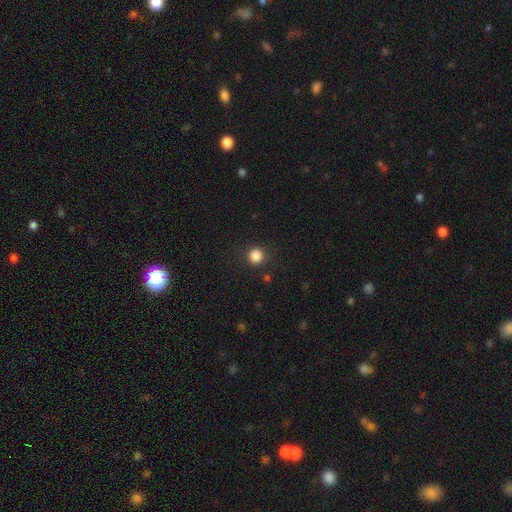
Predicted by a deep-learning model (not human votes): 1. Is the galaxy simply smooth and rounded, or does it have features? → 85% smooth, 12% star or artifact, 3% featured or disk.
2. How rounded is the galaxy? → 94% round, 5% in between, 1% cigar-shaped.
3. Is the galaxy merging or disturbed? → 90% none, 6% minor disturbance, 2% major disturbance, 1% merger.